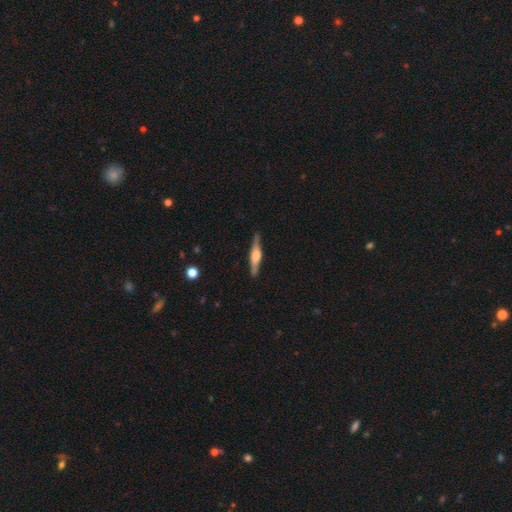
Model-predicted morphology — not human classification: type=featured or disk (72%); edge-on=yes (97%); edge-on bulge=rounded (73%); merging=none (87%).